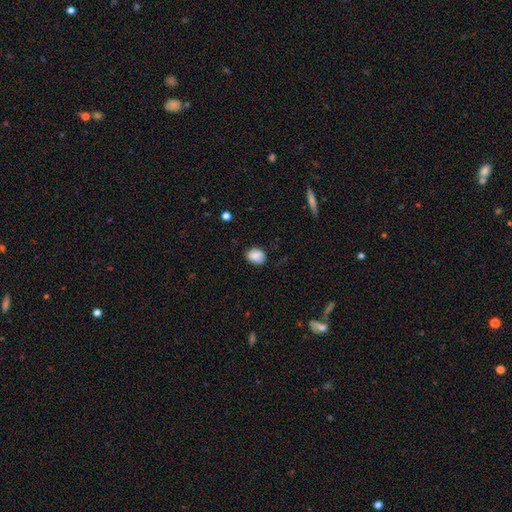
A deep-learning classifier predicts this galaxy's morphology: This is clearly a smooth galaxy (84%). How rounded: possibly in between (58%). Merging: likely none (76%).